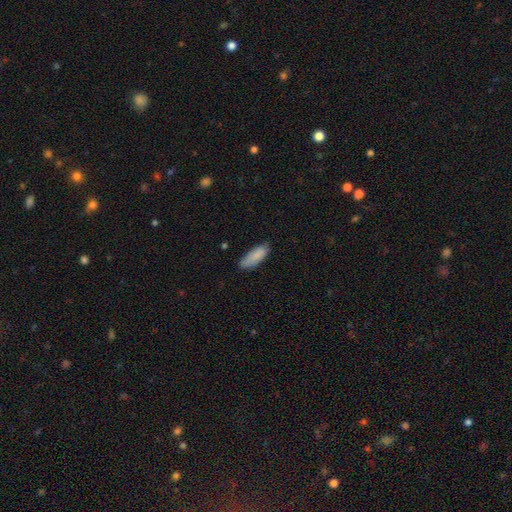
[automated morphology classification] smooth-or-featured: smooth: 85% | featured or disk: 8% | star or artifact: 6%
  how-rounded: in between: 68% | cigar-shaped: 30% | round: 2%
  merging: none: 67% | minor disturbance: 27% | major disturbance: 5% | merger: 2%